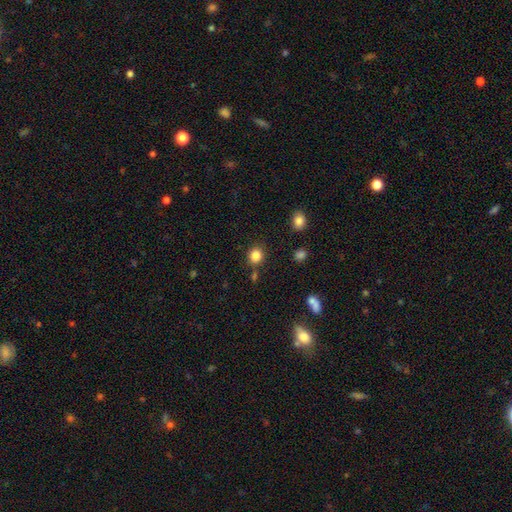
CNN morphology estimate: Overall: smooth (84%). How rounded: round (86%). Merging: none (83%).